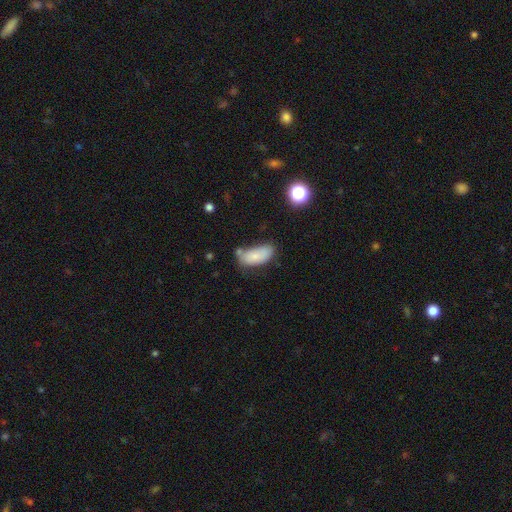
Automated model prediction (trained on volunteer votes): This is likely a smooth galaxy (79%). How rounded: clearly in between (88%). Merging: possibly none (49%).